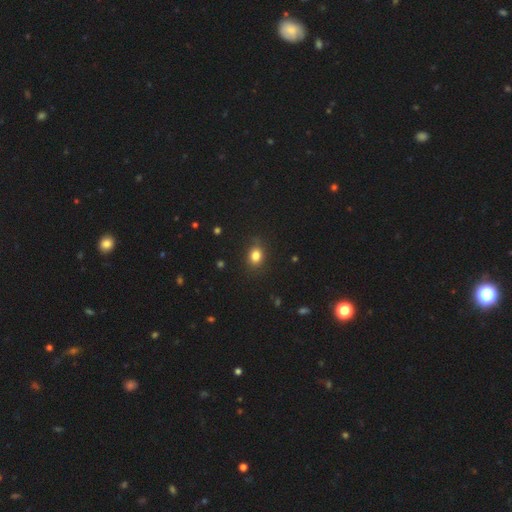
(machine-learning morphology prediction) This appears to be a smooth galaxy with no disk features (82%) that is in between round and cigar-shaped (59%). Merging: none (83%).